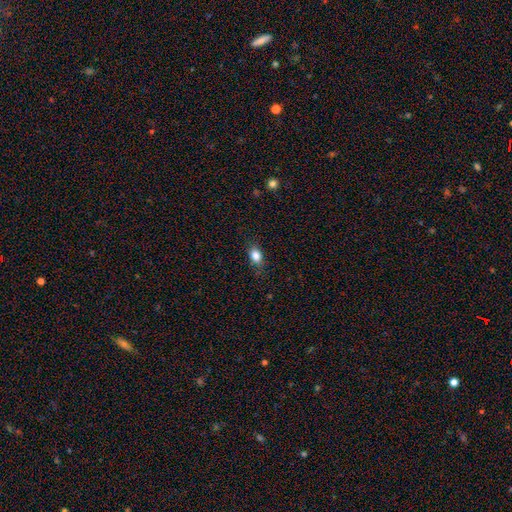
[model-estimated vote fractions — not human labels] Q: Smooth or featured?
A: smooth (85%); runner-up: star or artifact (9%)
Q: How rounded?
A: in between (80%); runner-up: round (17%)
Q: Merging?
A: none (81%); runner-up: minor disturbance (14%)